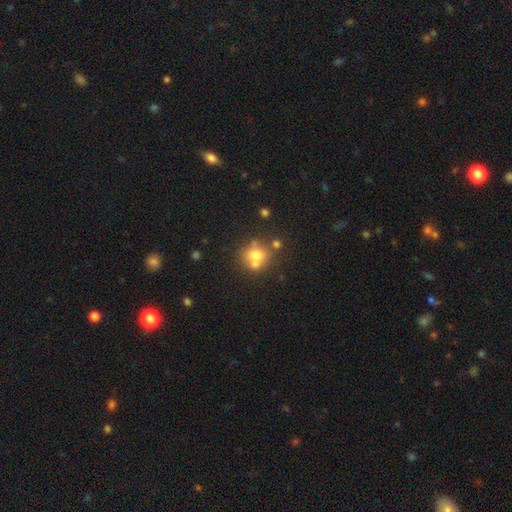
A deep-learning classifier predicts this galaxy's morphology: smooth-or-featured: smooth: 66% | featured or disk: 21% | star or artifact: 13%
  how-rounded: round: 79% | in between: 20% | cigar-shaped: 1%
  merging: none: 48% | merger: 37% | minor disturbance: 11% | major disturbance: 5%